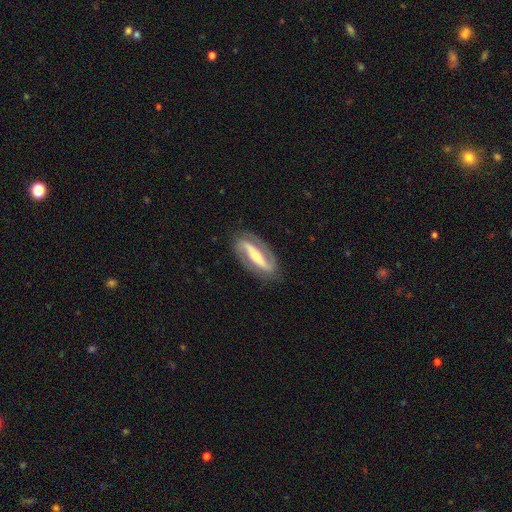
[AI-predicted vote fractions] A featured or disk galaxy (86%) with a strong bar (68%), 2 (92%) medium (42%) spiral arms (94%) and a moderate central bulge (51%). Merging: none (85%).